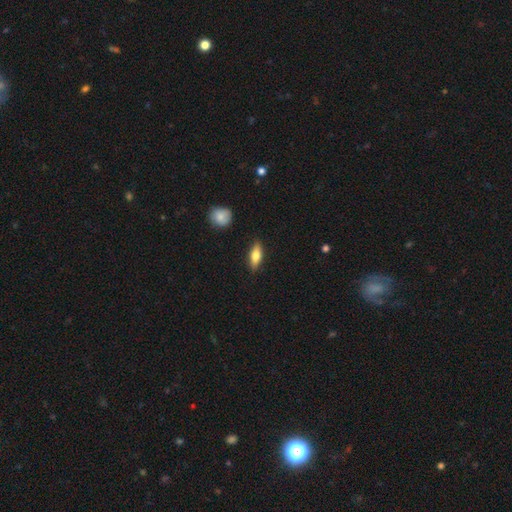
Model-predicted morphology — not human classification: The model was most divided on "how rounded": in between: 68%, cigar-shaped: 29%, round: 3%. More confident: merging — none (87%); smooth or featured — smooth (70%).